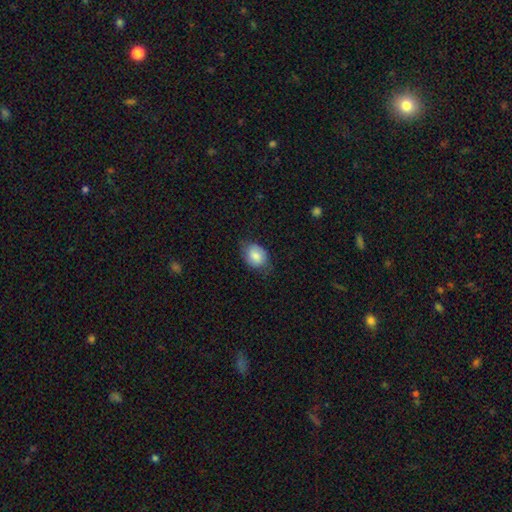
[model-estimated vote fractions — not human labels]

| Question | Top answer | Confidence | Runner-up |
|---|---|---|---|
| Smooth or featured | smooth | 78% | featured or disk (15%) |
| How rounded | in between | 64% | round (35%) |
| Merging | none | 68% | minor disturbance (24%) |